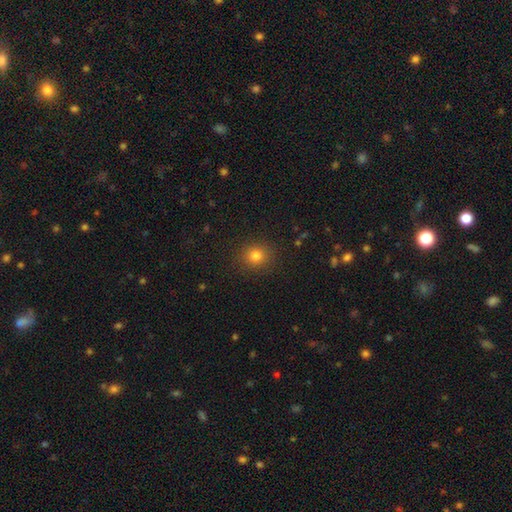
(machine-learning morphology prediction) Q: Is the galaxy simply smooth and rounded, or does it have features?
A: smooth — 79%.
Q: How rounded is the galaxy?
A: round — 83%.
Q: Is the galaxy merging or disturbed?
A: none — 89%.